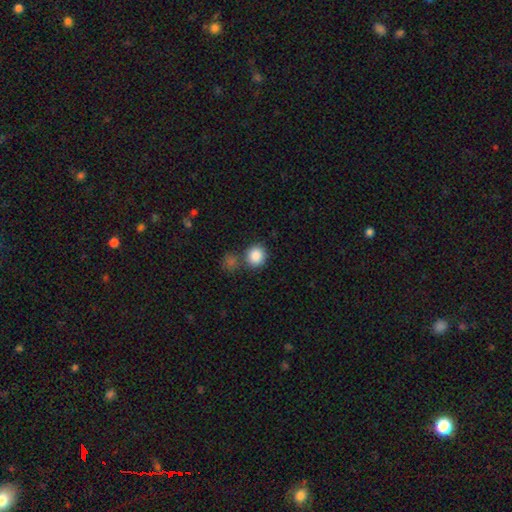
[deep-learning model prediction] This appears to be a smooth galaxy with no disk features (88%) that is round (81%). Merging: none (69%).